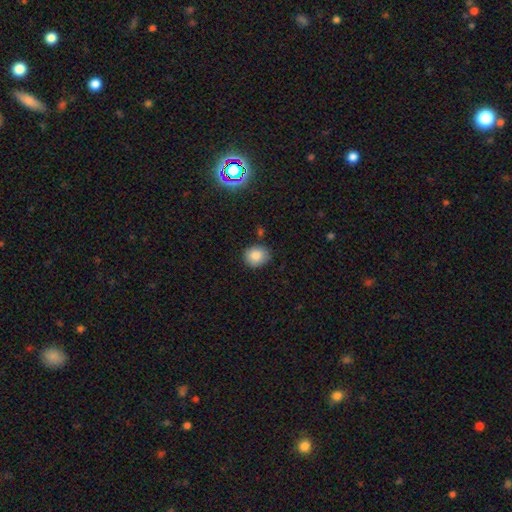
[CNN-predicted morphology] Smooth or featured? smooth (85%)
How rounded? round (64%)
Merging? none (82%)